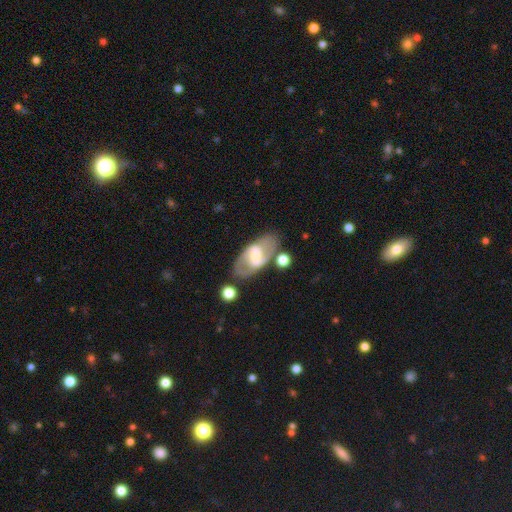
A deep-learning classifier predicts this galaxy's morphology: Q: Smooth or featured?
A: featured or disk (71%); runner-up: smooth (23%)
Q: Edge-on disk?
A: no (92%); runner-up: yes (8%)
Q: Bar?
A: strong (49%); runner-up: weak (38%)
Q: Spiral arms?
A: yes (75%); runner-up: no (25%)
Q: Bulge size?
A: moderate (38%); runner-up: small (33%)
Q: Merging?
A: none (73%); runner-up: minor disturbance (15%)